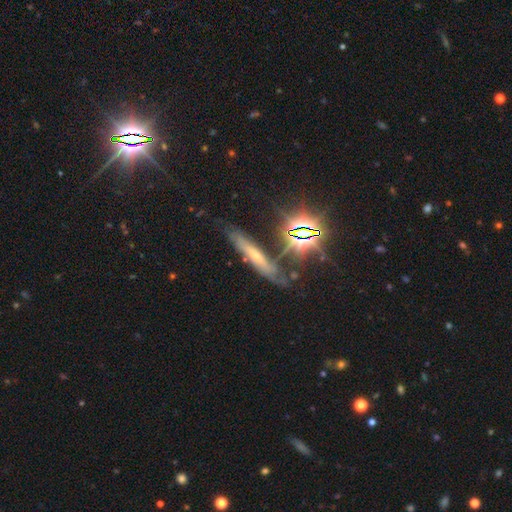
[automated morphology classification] Overall: featured or disk (41%; smooth 31%). Merging: none (62%).